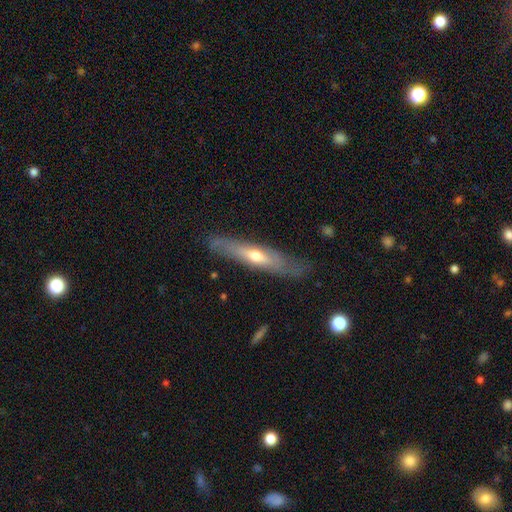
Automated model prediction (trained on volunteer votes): The model was most divided on "smooth or featured": featured or disk: 54%, smooth: 40%, star or artifact: 6%. More confident: merging — none (76%); edge-on disk — yes (69%).